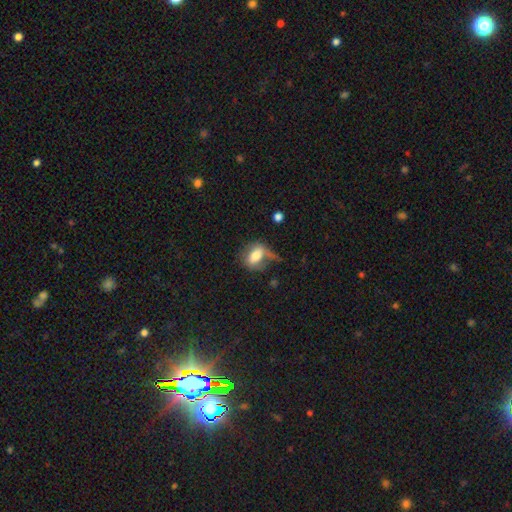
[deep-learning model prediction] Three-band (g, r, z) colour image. It shows a smooth galaxy with no disk features (68%) that is in between round and cigar-shaped (76%). Merging: none (38%).